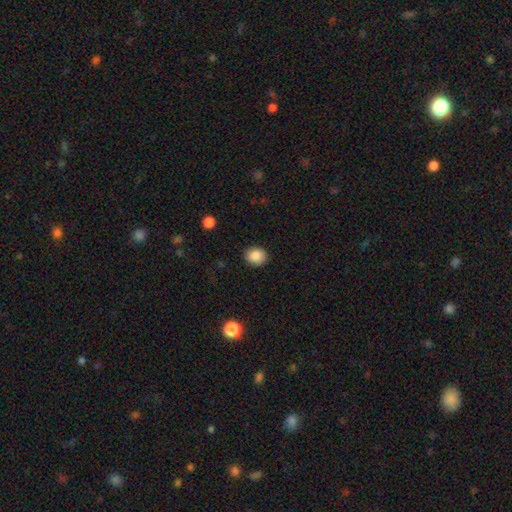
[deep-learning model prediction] smooth 87%, star or artifact 9%, featured or disk 4%. Down the decision tree: how rounded — round (71%); merging — none (88%).